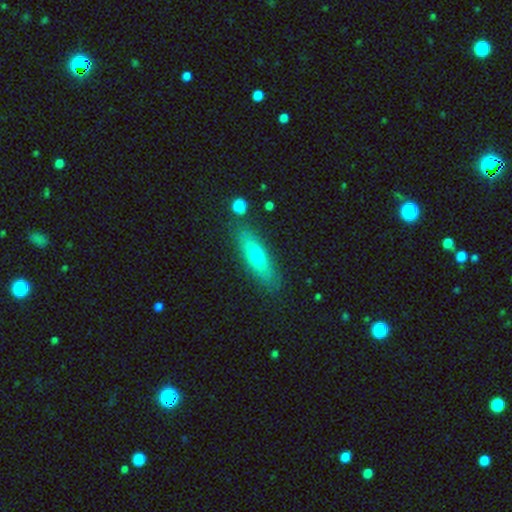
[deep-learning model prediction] Smooth or featured? Predicted: smooth (p=0.61). How rounded? Predicted: cigar-shaped (p=0.63). Merging? Predicted: none (p=0.81).